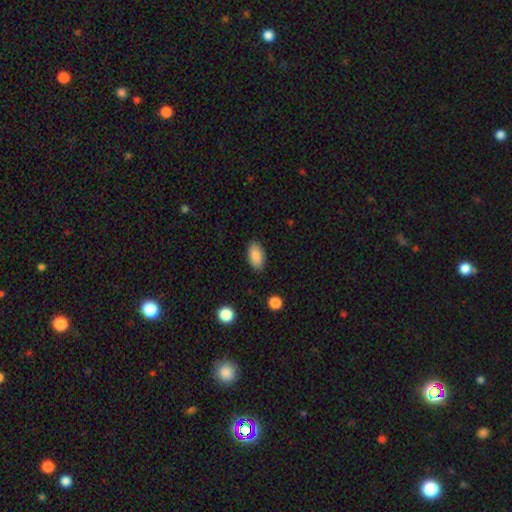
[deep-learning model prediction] A smooth galaxy with no disk features (88%) that is in between round and cigar-shaped (93%).

Vote fractions:
- Smooth or featured? smooth: 88% / star or artifact: 7% / featured or disk: 5%
- How rounded? in between: 93% / round: 4% / cigar-shaped: 3%
- Merging? none: 85% / minor disturbance: 11% / major disturbance: 3% / merger: 1%